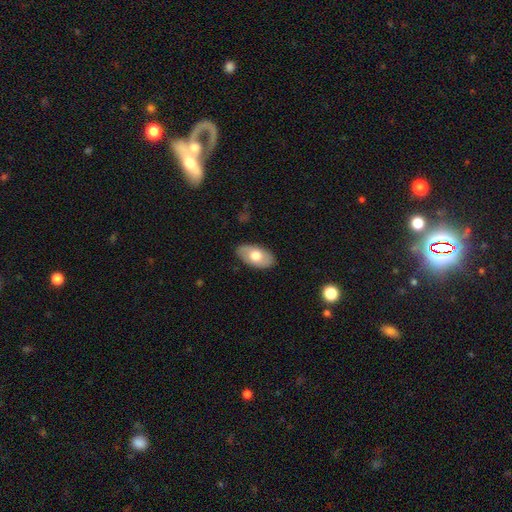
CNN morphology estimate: Overall: smooth (65%; featured or disk 30%). How rounded: in between (94%). Merging: none (84%).